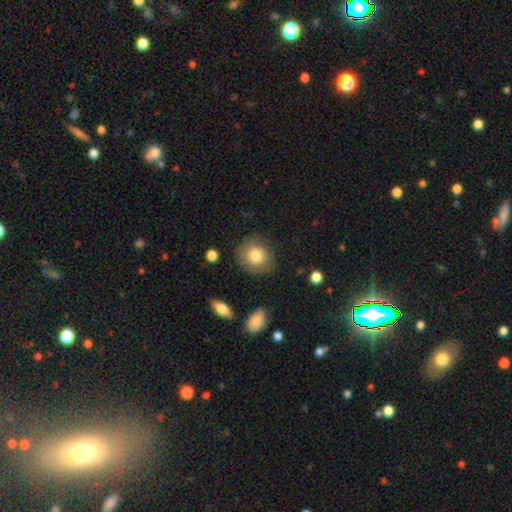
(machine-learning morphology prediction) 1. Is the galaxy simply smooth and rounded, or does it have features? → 78% smooth, 15% featured or disk, 8% star or artifact.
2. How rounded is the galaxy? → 80% round, 19% in between, 1% cigar-shaped.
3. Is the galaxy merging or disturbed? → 80% none, 13% minor disturbance, 5% major disturbance, 2% merger.